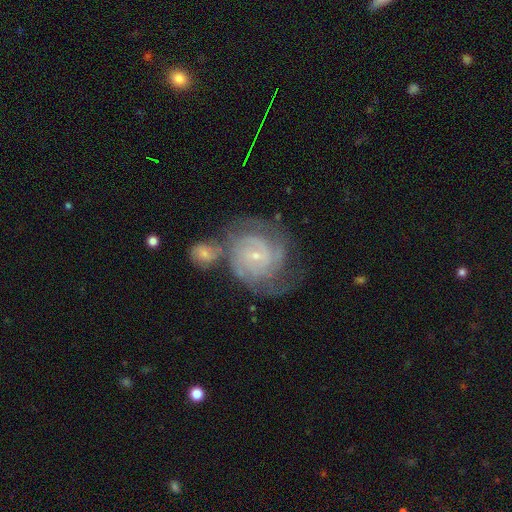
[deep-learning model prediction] A featured or disk galaxy (83%) with no bar (54%), tight (67%) spiral arms (95%) and a small central bulge (81%). Merging: none (44%).